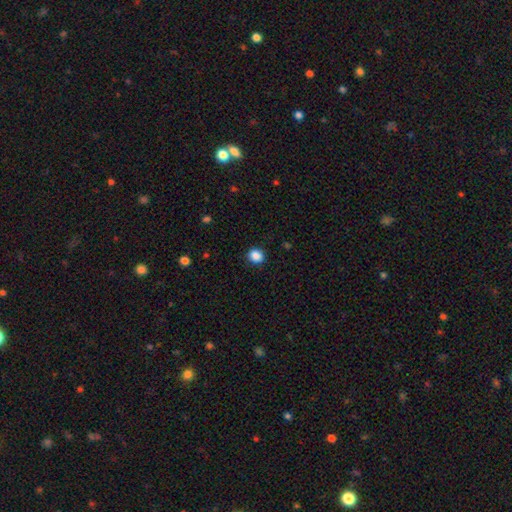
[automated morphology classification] A smooth galaxy with no disk features (88%) that is round (74%). Merging: none (89%).